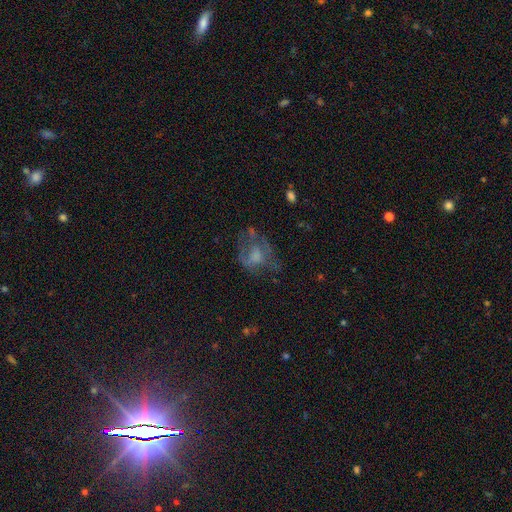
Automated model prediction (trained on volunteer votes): A featured or disk galaxy (48%). Merging: none (38%).